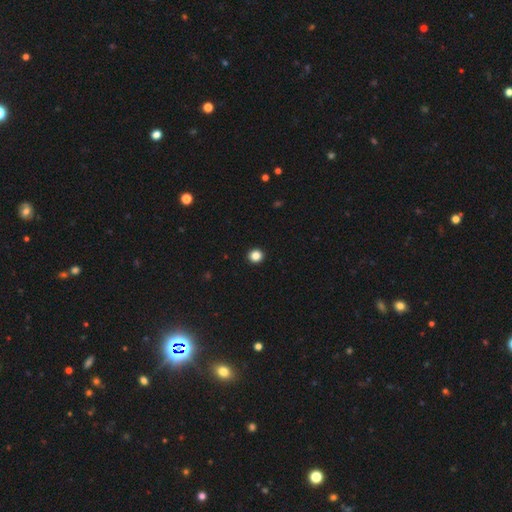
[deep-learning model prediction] This is clearly a smooth galaxy (85%). How rounded: clearly round (93%). Merging: clearly none (94%).